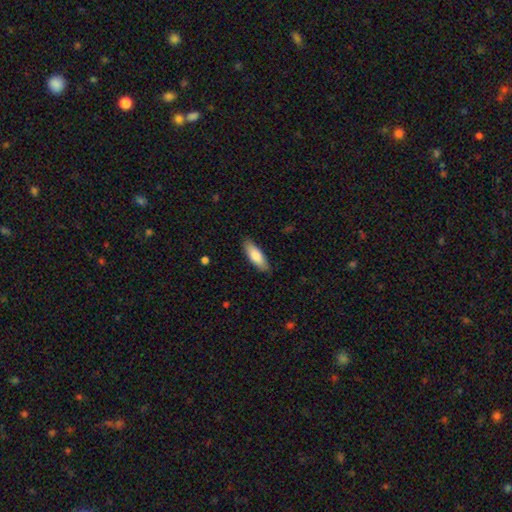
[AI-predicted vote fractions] The model was most divided on "how rounded": in between: 60%, cigar-shaped: 38%, round: 2%. More confident: merging — none (87%); smooth or featured — smooth (83%).